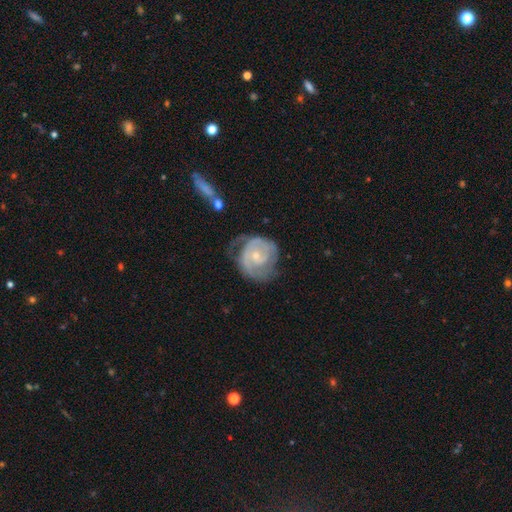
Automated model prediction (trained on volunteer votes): Smooth or featured? Predicted: featured or disk (p=0.76). Edge-on disk? Predicted: no (p=0.98). Bar? Predicted: no (p=0.68). Spiral arms? Predicted: yes (p=0.86). Spiral winding? Predicted: tight (p=0.57). Spiral arm count? Predicted: 2 (p=0.49). Bulge size? Predicted: small (p=0.69). Merging? Predicted: none (p=0.47).